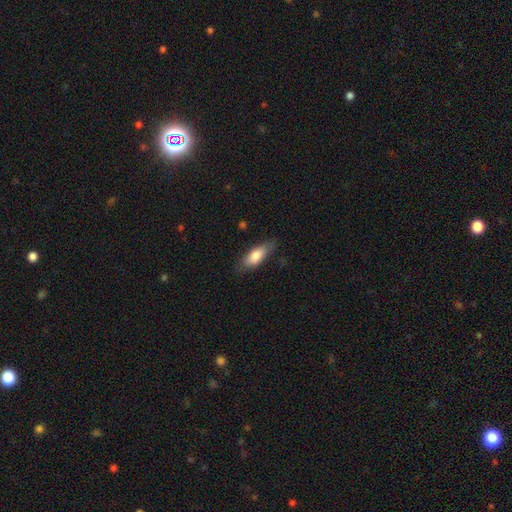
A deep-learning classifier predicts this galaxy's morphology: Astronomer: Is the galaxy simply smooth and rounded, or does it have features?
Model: smooth — 75%.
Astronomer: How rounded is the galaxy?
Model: in between — 67%.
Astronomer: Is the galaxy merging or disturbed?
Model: none — 76%.